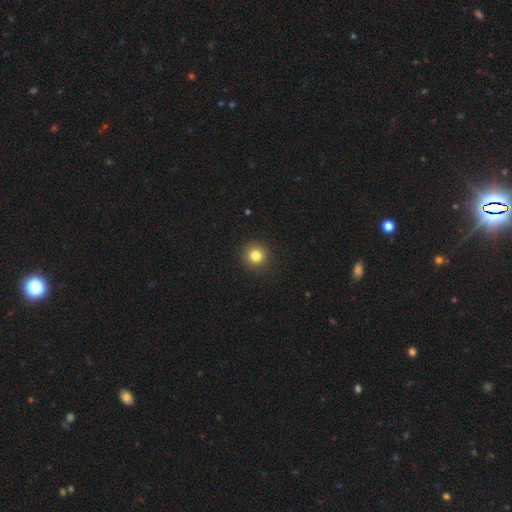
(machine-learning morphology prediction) The model was most divided on "smooth or featured": smooth: 83%, star or artifact: 11%, featured or disk: 6%. More confident: how rounded — round (95%); merging — none (92%).